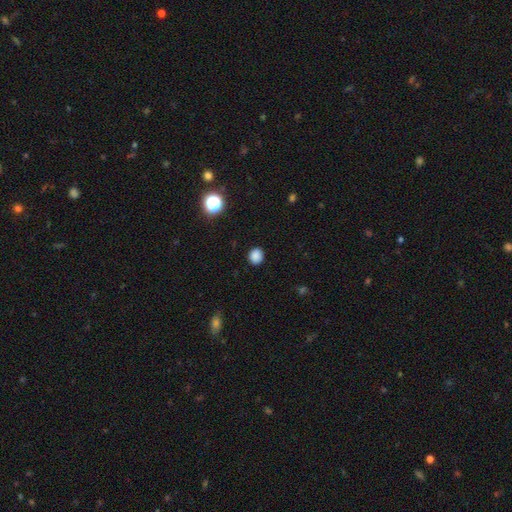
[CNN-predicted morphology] Smooth or featured? Predicted: smooth (p=0.85). How rounded? Predicted: round (p=0.78). Merging? Predicted: none (p=0.89).